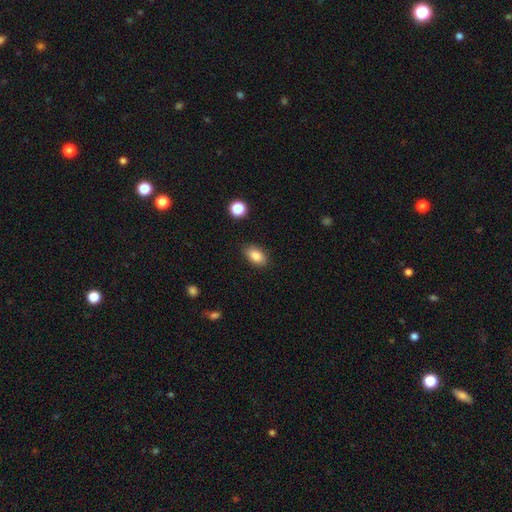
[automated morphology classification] A smooth galaxy with no disk features (86%) that is in between round and cigar-shaped (90%). Merging: none (85%).